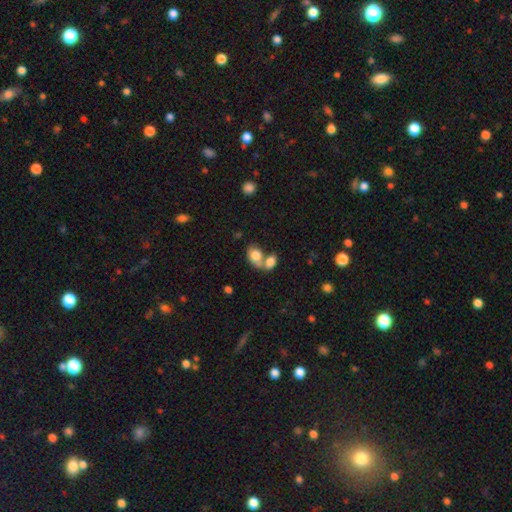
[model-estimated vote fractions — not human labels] Smooth or featured? smooth (81%)
How rounded? in between (76%)
Merging? merger (58%)